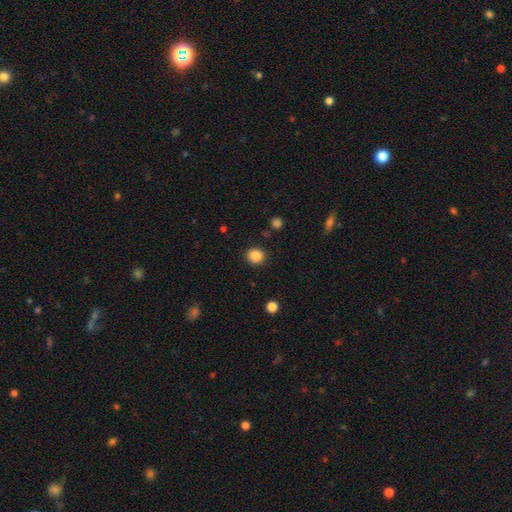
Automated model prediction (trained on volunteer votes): smooth_or_featured: smooth (p=0.86) [alt: star or artifact p=0.10]
how_rounded: round (p=0.84) [alt: in between p=0.15]
merging: none (p=0.90) [alt: minor disturbance p=0.06]